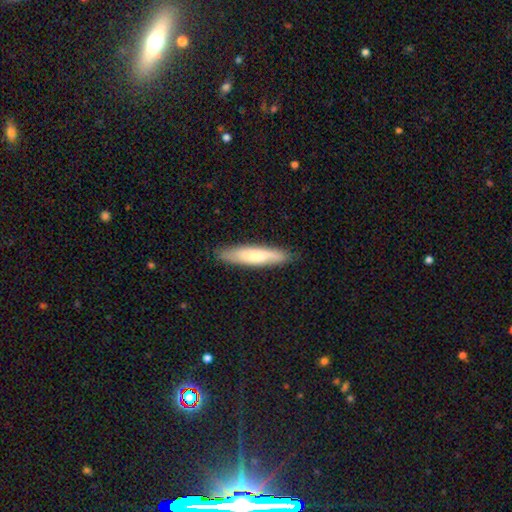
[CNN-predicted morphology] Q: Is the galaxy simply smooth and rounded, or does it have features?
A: smooth — 63%.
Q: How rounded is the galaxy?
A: cigar-shaped — 83%.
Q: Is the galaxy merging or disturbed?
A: none — 85%.